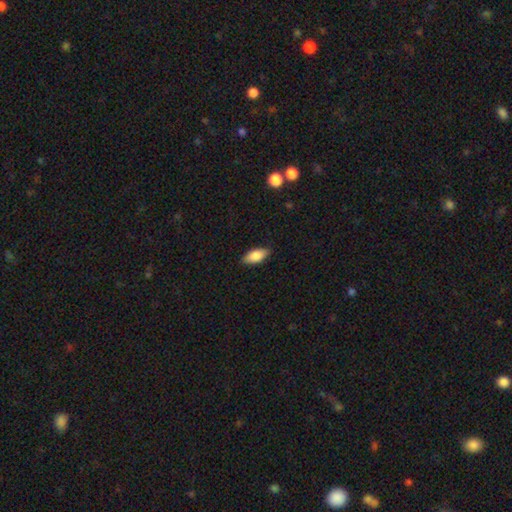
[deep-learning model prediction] Overall: smooth (84%). How rounded: in between (89%). Merging: none (86%).